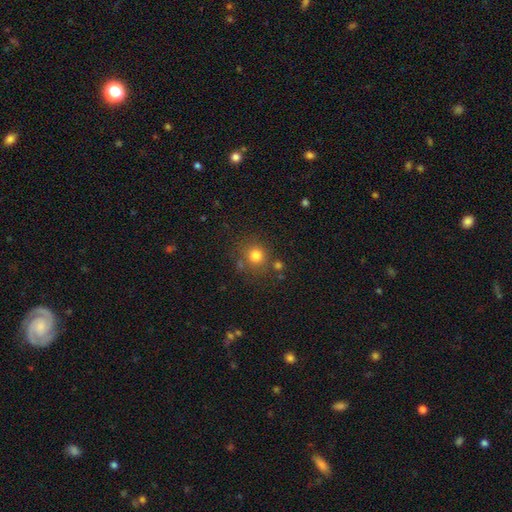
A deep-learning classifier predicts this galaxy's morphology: Smooth or featured: smooth — 79% (star or artifact — 14%)
How rounded: round — 90% (in between — 9%)
Merging: none — 78% (minor disturbance — 11%)